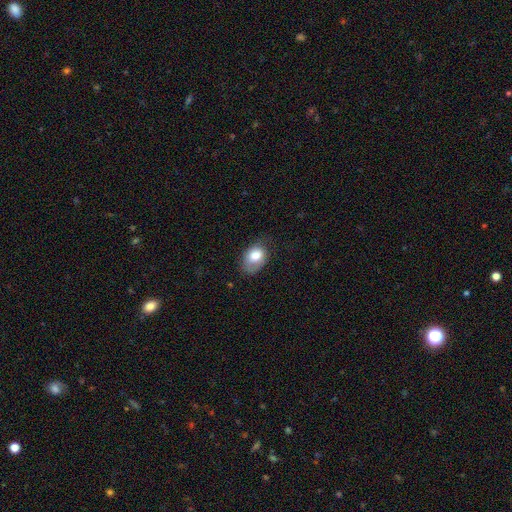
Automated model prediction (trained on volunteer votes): smooth-or-featured: smooth: 75% | featured or disk: 17% | star or artifact: 8%
  how-rounded: in between: 76% | round: 23% | cigar-shaped: 1%
  merging: none: 55% | minor disturbance: 31% | major disturbance: 12% | merger: 1%